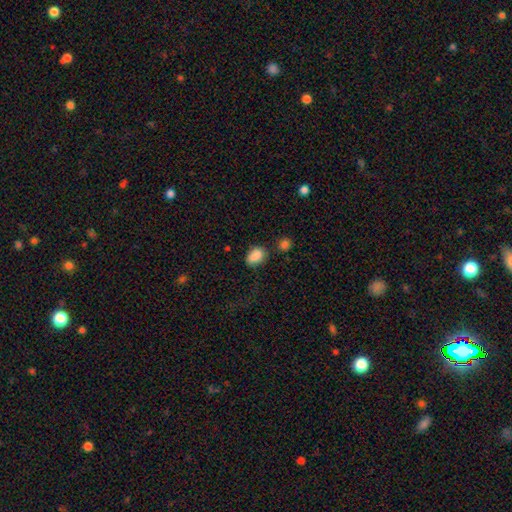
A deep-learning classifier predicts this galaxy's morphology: Overall: smooth (86%). How rounded: in between (82%). Merging: none (62%; minor disturbance 22%).